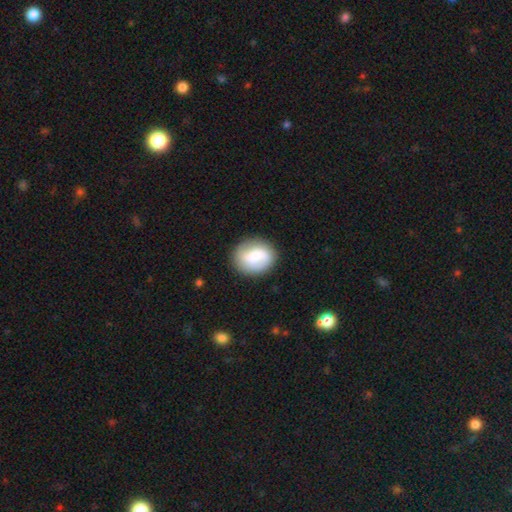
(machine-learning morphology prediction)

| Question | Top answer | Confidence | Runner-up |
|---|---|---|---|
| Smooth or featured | smooth | 63% | featured or disk (30%) |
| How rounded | round | 62% | in between (37%) |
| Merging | none | 78% | minor disturbance (14%) |